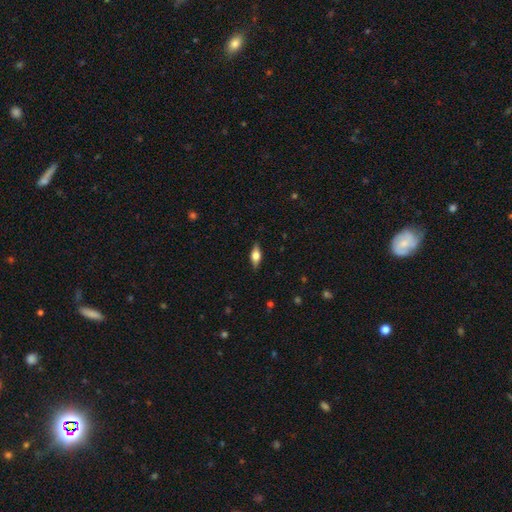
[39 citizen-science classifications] Morphology: type=smooth (51%); roundness=in between (50%); merging=none (78%).